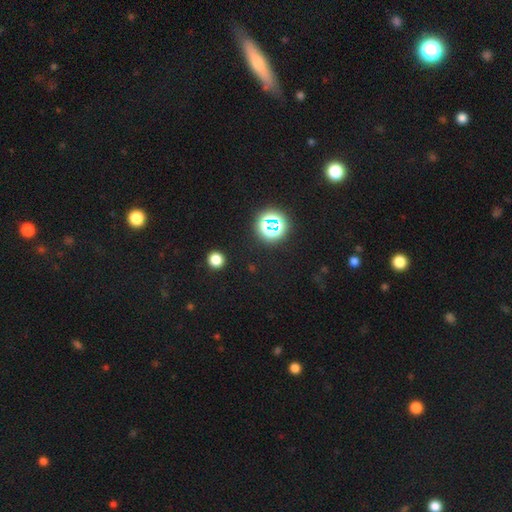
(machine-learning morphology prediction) smooth_or_featured: star or artifact (p=0.64) [alt: smooth p=0.26]